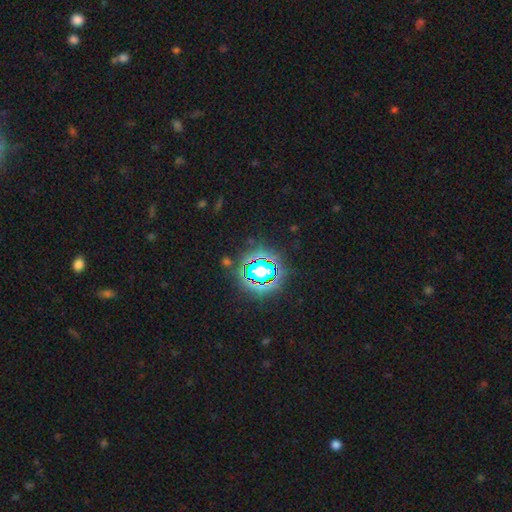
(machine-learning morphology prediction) Smooth or featured? star or artifact (84%)